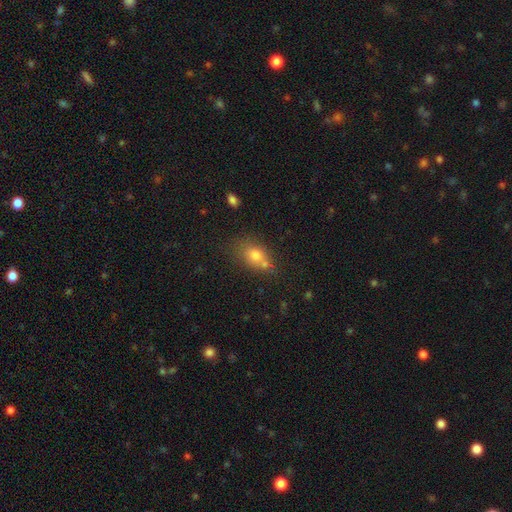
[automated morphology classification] Smooth or featured?
  - smooth: 73% *
  - featured or disk: 14%
  - star or artifact: 14%
How rounded?
  - in between: 60% *
  - round: 37%
  - cigar-shaped: 3%
Merging?
  - none: 51% *
  - merger: 27%
  - minor disturbance: 16%
  - major disturbance: 6%